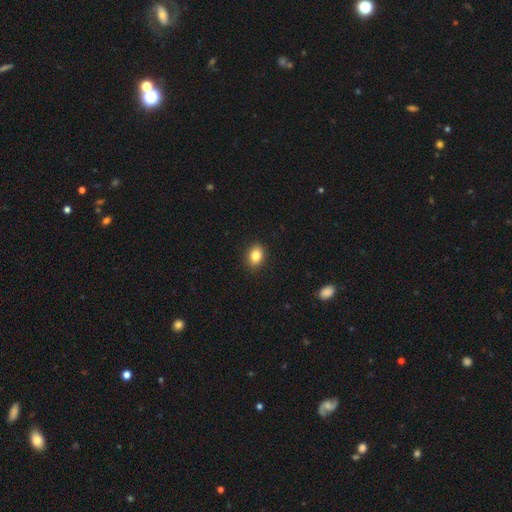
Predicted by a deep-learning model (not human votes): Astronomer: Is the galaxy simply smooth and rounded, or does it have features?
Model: smooth — 84%.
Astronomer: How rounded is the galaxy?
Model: in between — 68%.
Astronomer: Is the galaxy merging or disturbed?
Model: none — 90%.